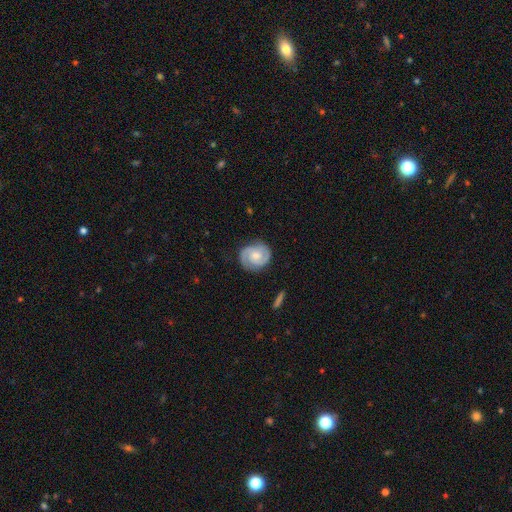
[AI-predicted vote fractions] Smooth or featured: featured or disk — 81% (smooth — 13%)
Edge-on disk: no — 98% (yes — 2%)
Bar: no — 63% (weak — 31%)
Spiral arms: yes — 96% (no — 4%)
Spiral winding: tight — 56% (medium — 37%)
Spiral arm count: 2 — 88% (can't tell — 5%)
Bulge size: moderate — 57% (small — 35%)
Merging: none — 83% (minor disturbance — 12%)